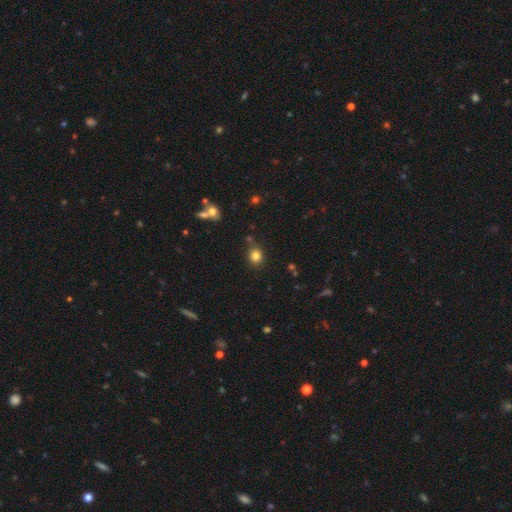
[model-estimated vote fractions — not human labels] The model was most divided on "how rounded": round: 72%, in between: 27%, cigar-shaped: 1%. More confident: smooth or featured — smooth (82%); merging — none (79%).